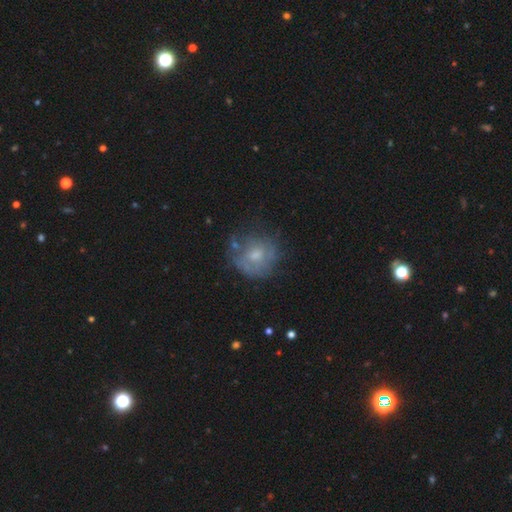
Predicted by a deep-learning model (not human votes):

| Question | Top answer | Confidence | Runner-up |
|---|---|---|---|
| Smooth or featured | smooth | 49% | featured or disk (40%) |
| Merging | none | 58% | minor disturbance (24%) |